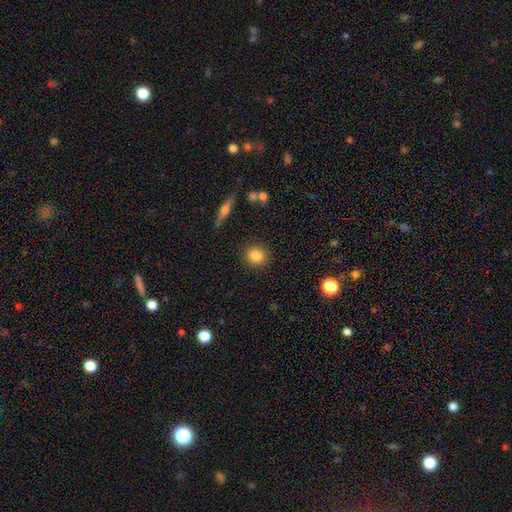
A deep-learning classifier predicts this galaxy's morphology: This is clearly a smooth galaxy (83%). How rounded: clearly round (84%). Merging: clearly none (89%).